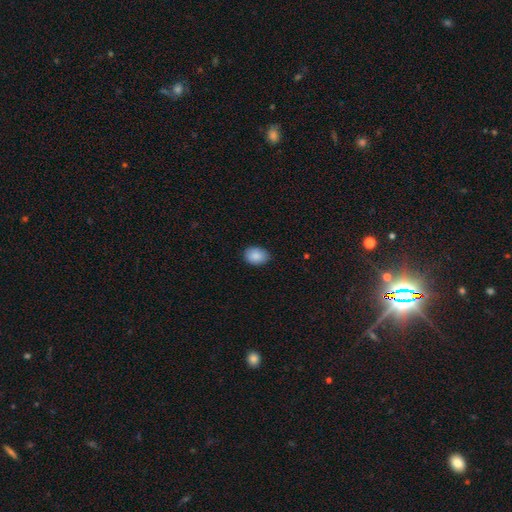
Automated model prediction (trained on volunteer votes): Smooth or featured? Predicted: smooth (p=0.89). How rounded? Predicted: in between (p=0.72). Merging? Predicted: none (p=0.84).